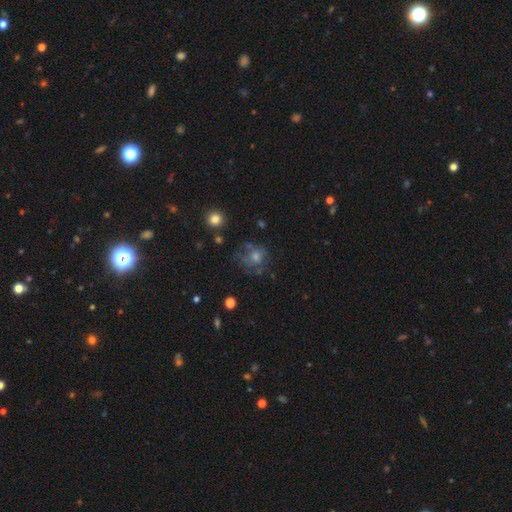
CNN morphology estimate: Smooth or featured: smooth — 41% (featured or disk — 37%)
Merging: none — 57% (minor disturbance — 21%)